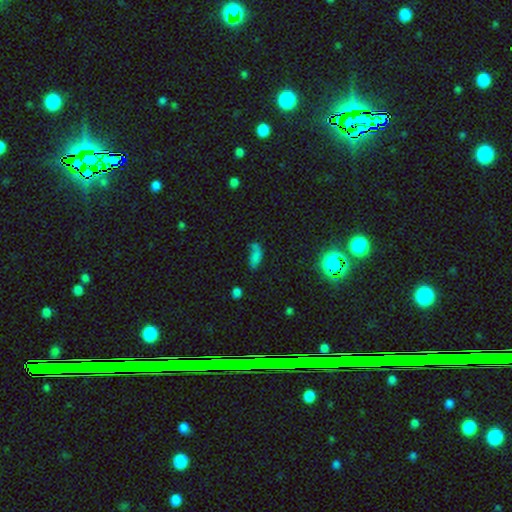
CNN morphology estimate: Smooth or featured: smooth — 63% (star or artifact — 22%)
How rounded: in between — 77% (cigar-shaped — 17%)
Merging: none — 40% (minor disturbance — 24%)